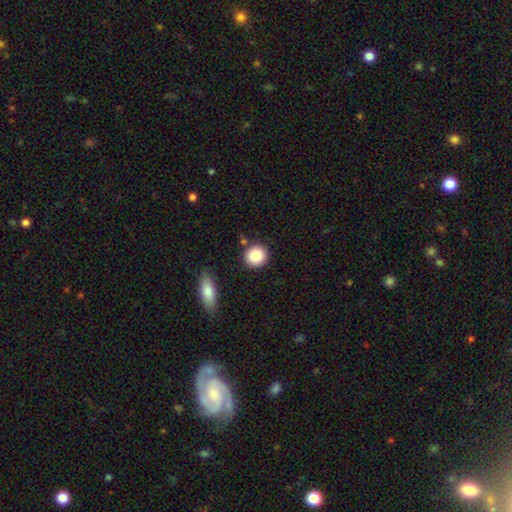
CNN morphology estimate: Smooth or featured?
  - smooth: 86% *
  - star or artifact: 8%
  - featured or disk: 6%
How rounded?
  - round: 89% *
  - in between: 10%
  - cigar-shaped: 1%
Merging?
  - none: 84% *
  - minor disturbance: 8%
  - merger: 6%
  - major disturbance: 2%